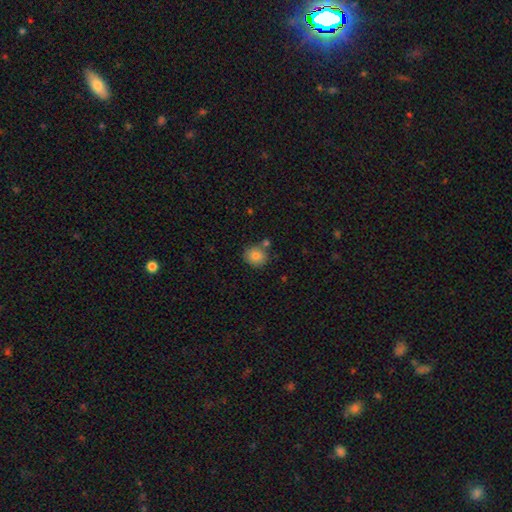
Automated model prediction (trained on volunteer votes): A smooth galaxy with no disk features (84%) that is round (81%).

Vote fractions:
- Smooth or featured? smooth: 84% / star or artifact: 9% / featured or disk: 7%
- How rounded? round: 81% / in between: 18% / cigar-shaped: 1%
- Merging? none: 72% / minor disturbance: 13% / merger: 13% / major disturbance: 3%